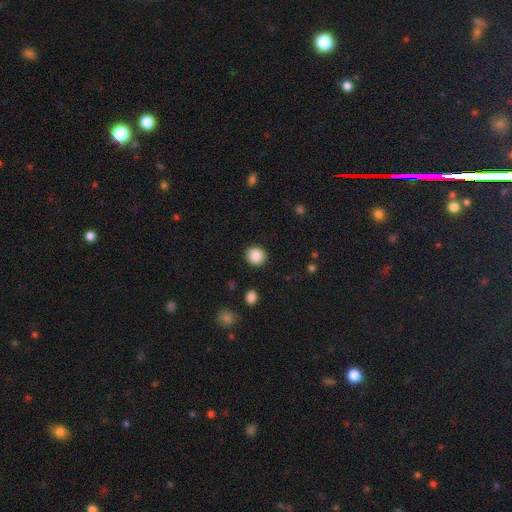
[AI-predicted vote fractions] Smooth or featured: smooth — 87% (star or artifact — 9%)
How rounded: round — 87% (in between — 12%)
Merging: none — 91% (minor disturbance — 6%)